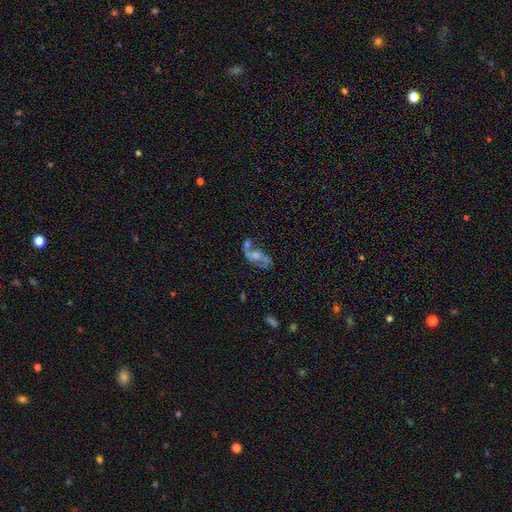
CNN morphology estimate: Overall: featured or disk (67%). Edge-on disk: no (96%). Bar: no (62%; weak 31%). Spiral arms: yes (81%). Spiral arm count: 2 (83%). Spiral winding: loose (77%). Bulge size: moderate (31%; none 28%). Merging: none (35%; merger 28%).